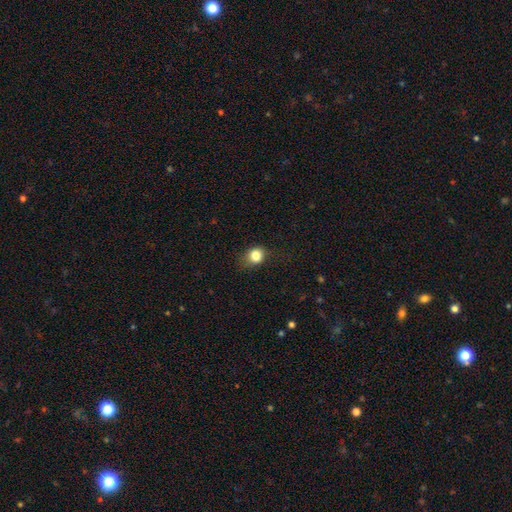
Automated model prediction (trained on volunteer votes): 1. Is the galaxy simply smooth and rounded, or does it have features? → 82% smooth, 11% star or artifact, 6% featured or disk.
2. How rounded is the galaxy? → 66% round, 32% in between, 1% cigar-shaped.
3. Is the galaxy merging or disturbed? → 69% none, 22% minor disturbance, 7% major disturbance, 1% merger.